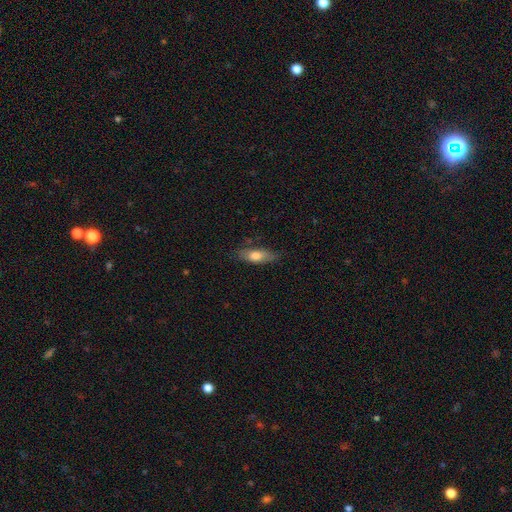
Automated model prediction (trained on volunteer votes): A smooth galaxy with no disk features (71%) that is in between round and cigar-shaped (66%).

Vote fractions:
- Smooth or featured? smooth: 71% / featured or disk: 22% / star or artifact: 7%
- How rounded? in between: 66% / cigar-shaped: 31% / round: 3%
- Merging? none: 72% / minor disturbance: 21% / major disturbance: 5% / merger: 2%